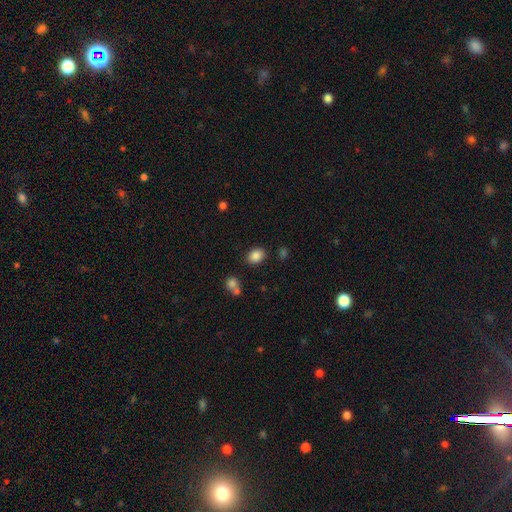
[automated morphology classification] Smooth or featured?
  - smooth: 86% *
  - star or artifact: 9%
  - featured or disk: 5%
How rounded?
  - in between: 72% *
  - round: 27%
  - cigar-shaped: 1%
Merging?
  - none: 83% *
  - minor disturbance: 10%
  - merger: 4%
  - major disturbance: 3%